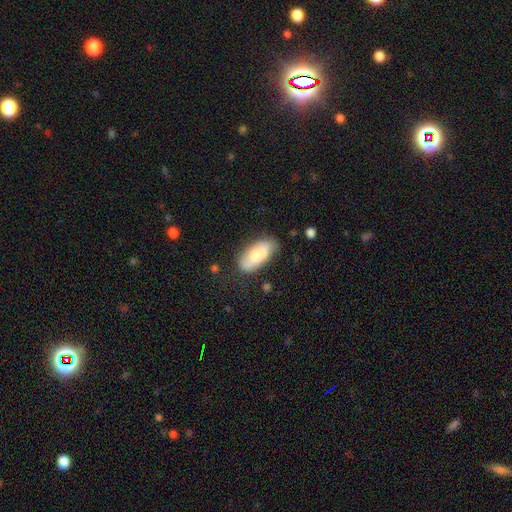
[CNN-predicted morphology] Smooth or featured: smooth — 61% (featured or disk — 32%)
How rounded: in between — 89% (cigar-shaped — 7%)
Merging: none — 59% (minor disturbance — 20%)